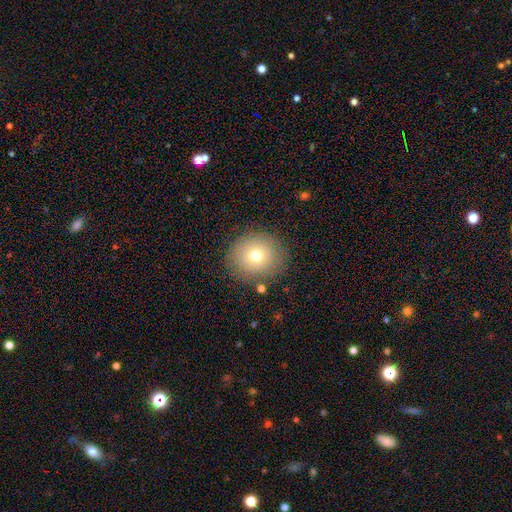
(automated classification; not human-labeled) This appears to be a smooth galaxy with no disk features (71%) that is round (88%). Merging: none (85%).